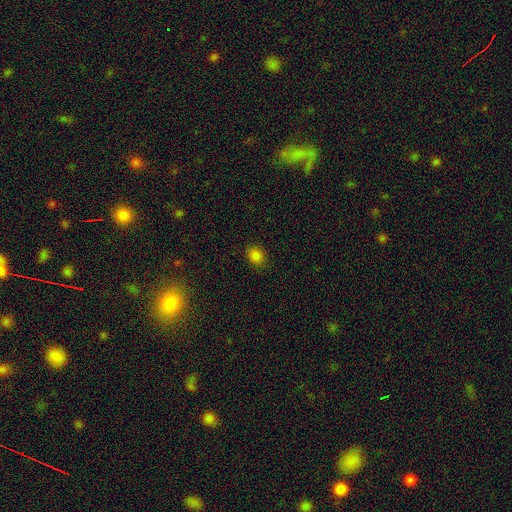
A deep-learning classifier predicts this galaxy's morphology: The model was most divided on "how rounded": round: 51%, in between: 48%, cigar-shaped: 1%. More confident: merging — none (87%); smooth or featured — smooth (82%).